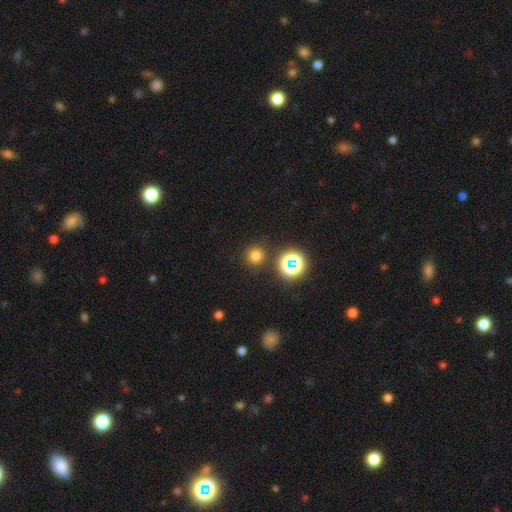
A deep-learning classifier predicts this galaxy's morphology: smooth_or_featured: smooth (p=0.73) [alt: star or artifact p=0.22]
how_rounded: round (p=0.94) [alt: in between p=0.05]
merging: none (p=0.88) [alt: minor disturbance p=0.06]